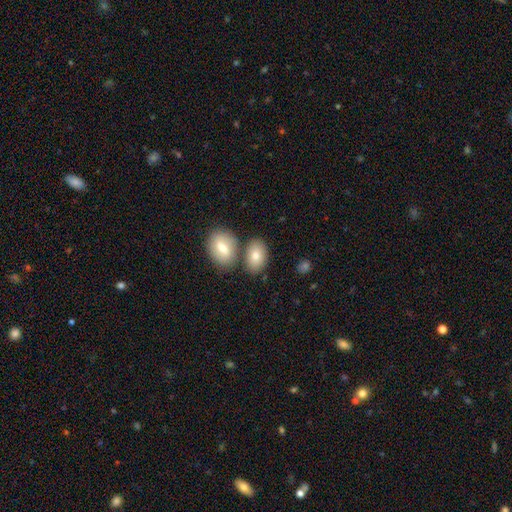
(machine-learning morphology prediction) smooth 77%, featured or disk 15%, star or artifact 7%. Down the decision tree: how rounded — in between (87%); merging — none (60%).